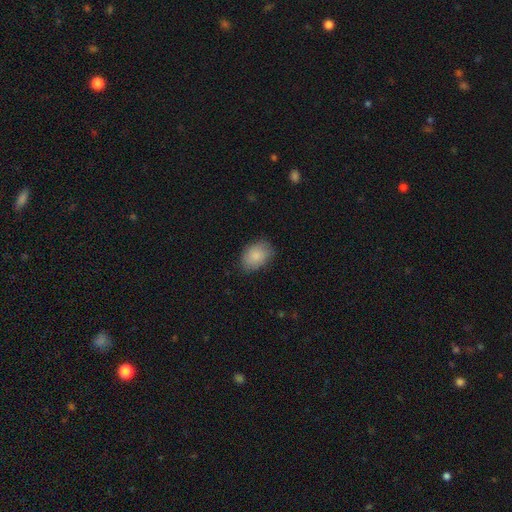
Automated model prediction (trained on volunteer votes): The model was most divided on "merging": none: 79%, minor disturbance: 17%, major disturbance: 3%, merger: 1%. More confident: smooth or featured — smooth (85%); how rounded — in between (81%).